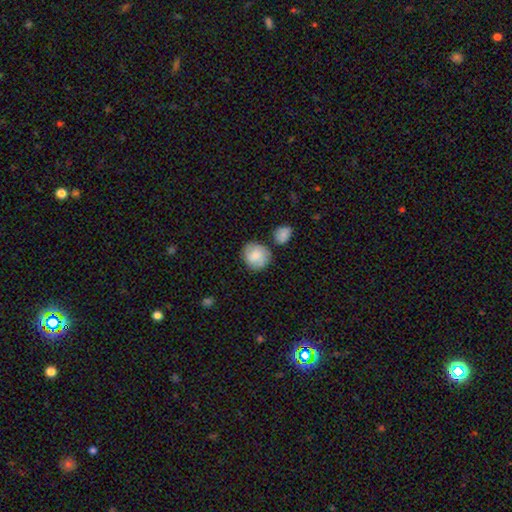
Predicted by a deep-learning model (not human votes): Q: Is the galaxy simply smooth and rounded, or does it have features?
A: smooth — 67%.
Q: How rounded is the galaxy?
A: round — 81%.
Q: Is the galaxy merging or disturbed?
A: none — 72%.